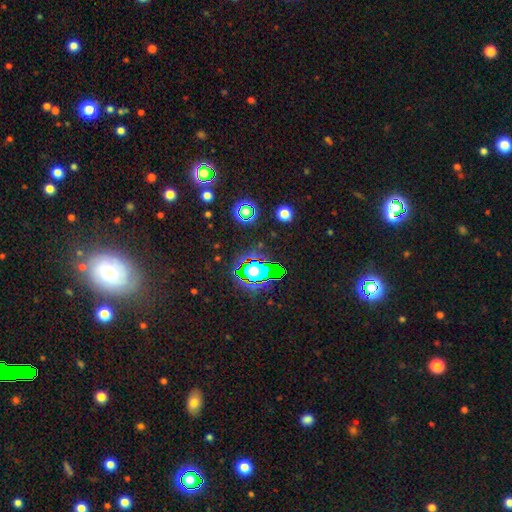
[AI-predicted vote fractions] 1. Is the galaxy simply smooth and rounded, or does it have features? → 76% star or artifact, 13% smooth, 11% featured or disk.